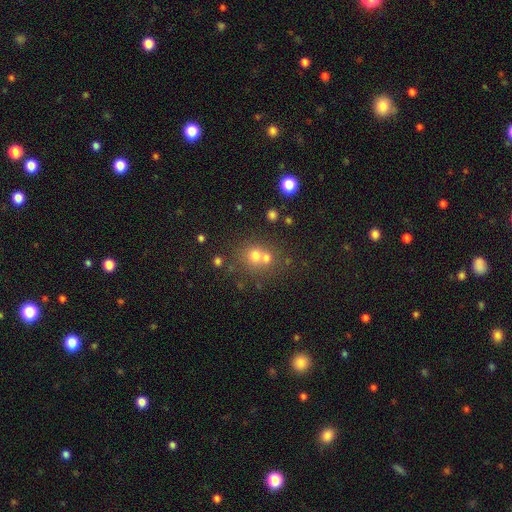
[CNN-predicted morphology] smooth-or-featured: smooth: 68% | star or artifact: 17% | featured or disk: 15%
  how-rounded: round: 83% | in between: 16% | cigar-shaped: 1%
  merging: merger: 45% (tied) | none: 45% (tied) | minor disturbance: 7% | major disturbance: 3%